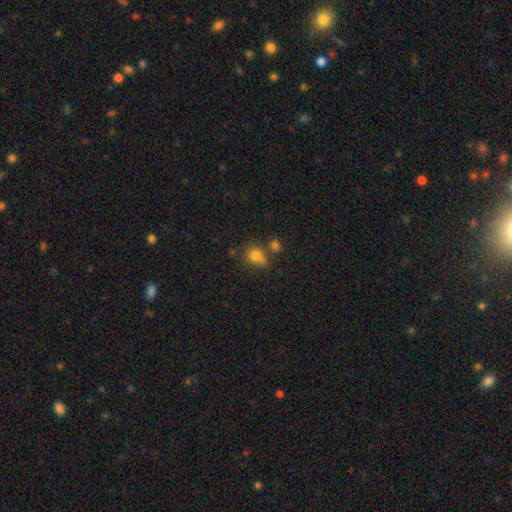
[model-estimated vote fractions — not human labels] Morphology: type=smooth (77%); roundness=round (69%); merging=none (52%).